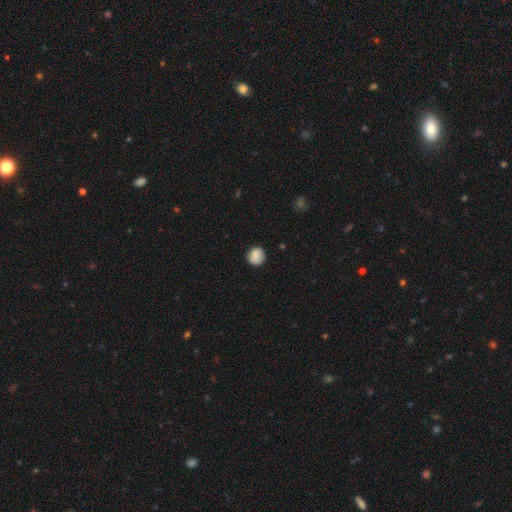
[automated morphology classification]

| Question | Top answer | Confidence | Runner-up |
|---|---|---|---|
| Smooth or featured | smooth | 84% | featured or disk (8%) |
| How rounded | round | 89% | in between (10%) |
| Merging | none | 82% | minor disturbance (13%) |